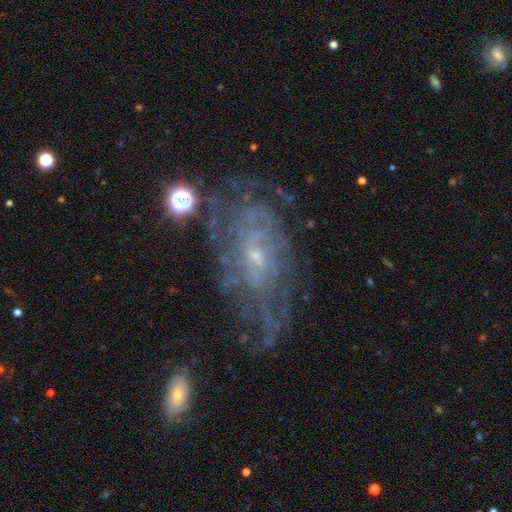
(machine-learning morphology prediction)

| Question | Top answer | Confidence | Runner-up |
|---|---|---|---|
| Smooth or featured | featured or disk | 81% | star or artifact (10%) |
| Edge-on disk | no | 94% | yes (6%) |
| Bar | no | 63% | weak (29%) |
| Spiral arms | yes | 88% | no (12%) |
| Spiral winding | tight | 63% | medium (28%) |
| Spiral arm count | can't tell | 51% | 4 (13%) |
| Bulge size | small | 80% | moderate (14%) |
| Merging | none | 66% | minor disturbance (19%) |